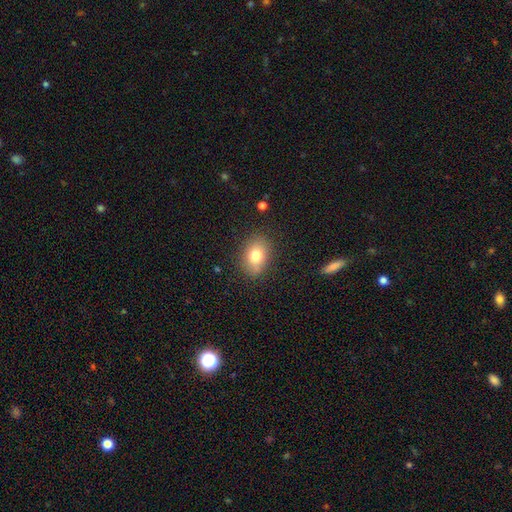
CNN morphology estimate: A smooth galaxy with no disk features (79%) that is in between round and cigar-shaped (75%).

Vote fractions:
- Smooth or featured? smooth: 79% / featured or disk: 12% / star or artifact: 10%
- How rounded? in between: 75% / round: 24% / cigar-shaped: 1%
- Merging? none: 83% / minor disturbance: 12% / major disturbance: 3% / merger: 2%